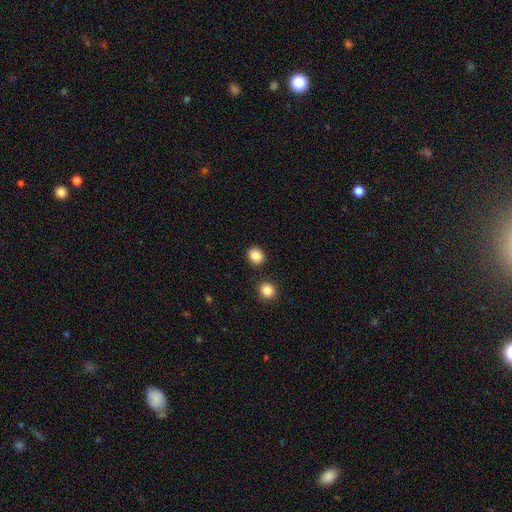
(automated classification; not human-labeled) Q: Smooth or featured?
A: smooth (86%); runner-up: star or artifact (10%)
Q: How rounded?
A: round (78%); runner-up: in between (21%)
Q: Merging?
A: none (87%); runner-up: minor disturbance (6%)